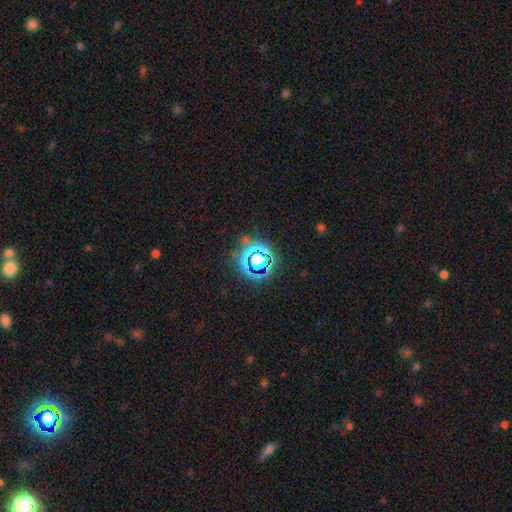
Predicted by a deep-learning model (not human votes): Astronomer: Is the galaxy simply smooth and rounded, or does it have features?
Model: star or artifact — 58%.